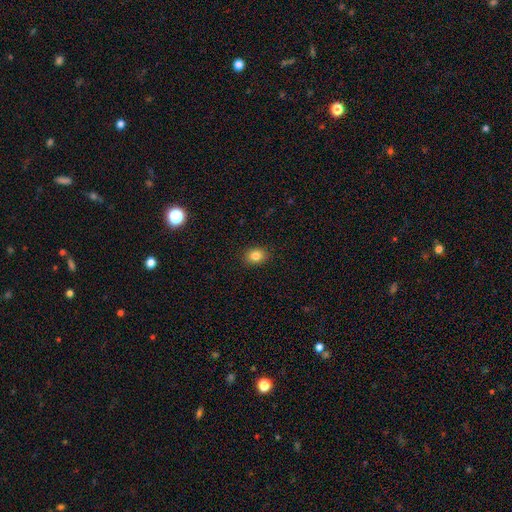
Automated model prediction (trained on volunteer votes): The model was most divided on "how rounded": in between: 52%, round: 47%, cigar-shaped: 1%. More confident: merging — none (90%); smooth or featured — smooth (83%).